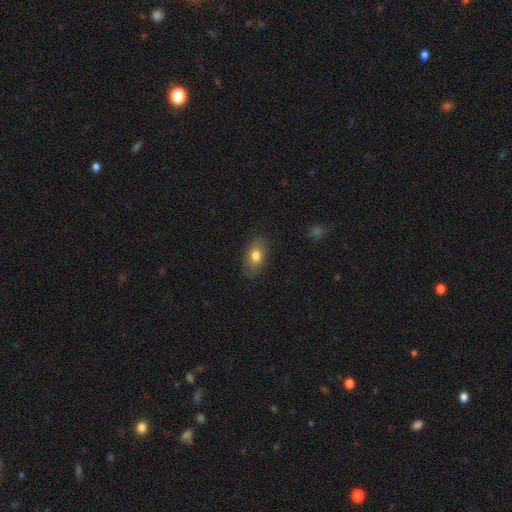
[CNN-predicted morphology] smooth-or-featured: smooth: 76% | featured or disk: 16% | star or artifact: 7%
  how-rounded: in between: 89% | round: 9% | cigar-shaped: 3%
  merging: none: 81% | minor disturbance: 14% | major disturbance: 3% | merger: 1%